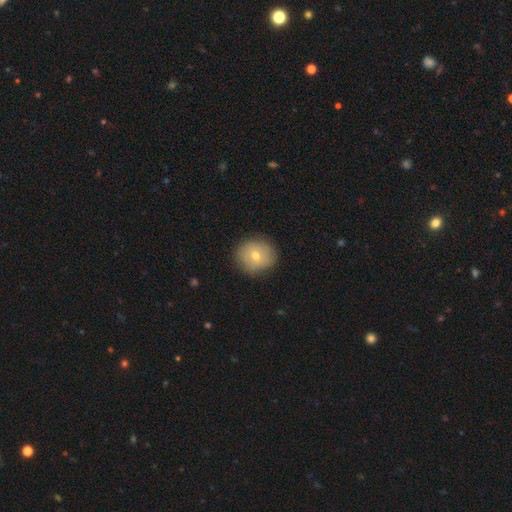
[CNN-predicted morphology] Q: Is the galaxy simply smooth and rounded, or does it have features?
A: smooth — 64%.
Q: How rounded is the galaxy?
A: round — 84%.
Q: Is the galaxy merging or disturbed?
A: none — 86%.